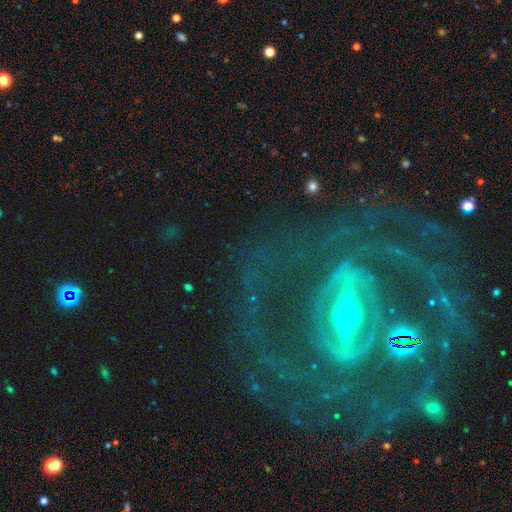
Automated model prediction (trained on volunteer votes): smooth_or_featured: featured or disk (p=0.87) [alt: star or artifact p=0.08]
disk_edge_on: no (p=0.93) [alt: yes p=0.07]
bar: strong (p=0.71) [alt: weak p=0.19]
has_spiral_arms: yes (p=0.85) [alt: no p=0.15]
spiral_winding: tight (p=0.50) [alt: medium p=0.37]
spiral_arm_count: 2 (p=0.50) [alt: can't tell p=0.22]
bulge_size: small (p=0.63) [alt: moderate p=0.30]
merging: none (p=0.69) [alt: major disturbance p=0.15]